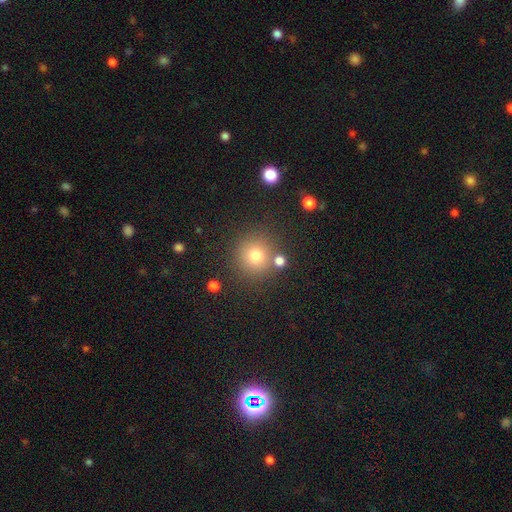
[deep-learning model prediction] The model was most divided on "smooth or featured": smooth: 76%, star or artifact: 15%, featured or disk: 9%. More confident: how rounded — round (93%); merging — none (80%).